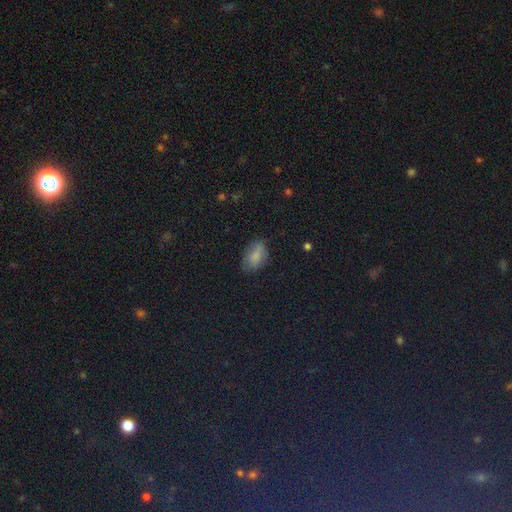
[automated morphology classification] Smooth or featured?
  - smooth: 78% *
  - star or artifact: 11%
  - featured or disk: 10%
How rounded?
  - in between: 91% *
  - round: 6%
  - cigar-shaped: 3%
Merging?
  - none: 72% *
  - minor disturbance: 21%
  - major disturbance: 6%
  - merger: 2%